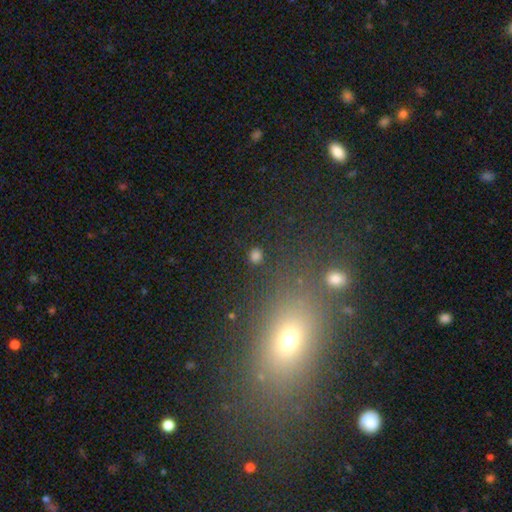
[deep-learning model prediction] Q: Smooth or featured?
A: smooth (78%); runner-up: star or artifact (18%)
Q: How rounded?
A: round (88%); runner-up: in between (11%)
Q: Merging?
A: none (89%); runner-up: minor disturbance (7%)